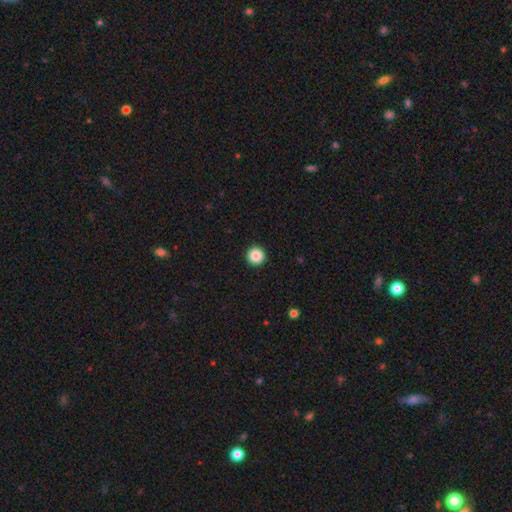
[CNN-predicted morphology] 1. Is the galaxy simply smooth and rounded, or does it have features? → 87% smooth, 10% star or artifact, 3% featured or disk.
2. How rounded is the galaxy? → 96% round, 3% in between, 1% cigar-shaped.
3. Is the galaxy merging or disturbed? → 94% none, 4% minor disturbance, 1% major disturbance, 1% merger.